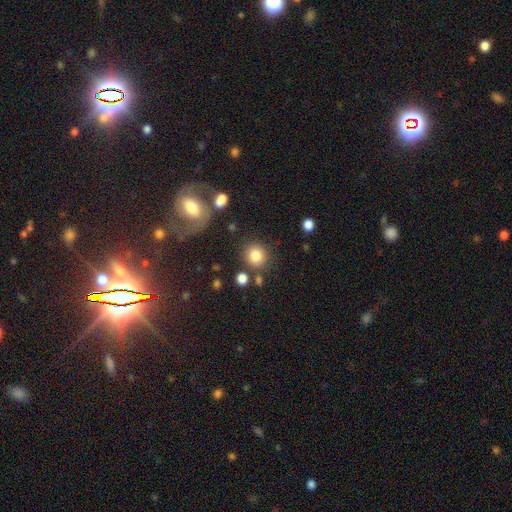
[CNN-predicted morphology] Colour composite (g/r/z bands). It shows a smooth galaxy with no disk features (83%) that is round (85%). Merging: none (79%).